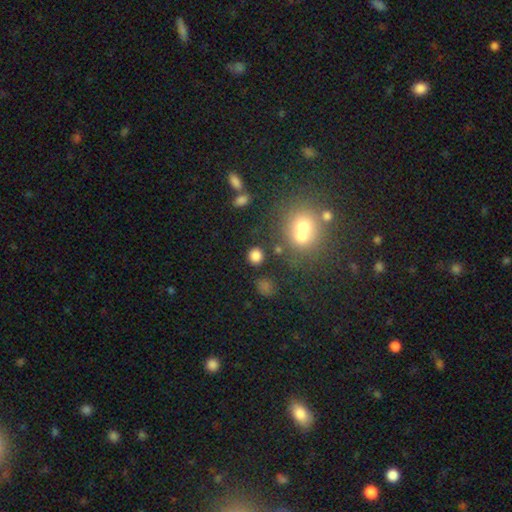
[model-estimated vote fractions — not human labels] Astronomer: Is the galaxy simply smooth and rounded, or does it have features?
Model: smooth — 80%.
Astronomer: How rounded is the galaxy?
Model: round — 85%.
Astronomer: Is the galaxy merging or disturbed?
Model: none — 79%.